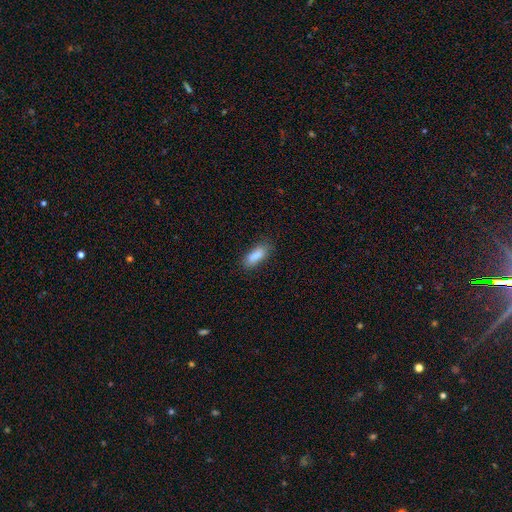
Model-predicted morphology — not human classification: Smooth or featured? smooth (85%)
How rounded? in between (68%)
Merging? none (75%)